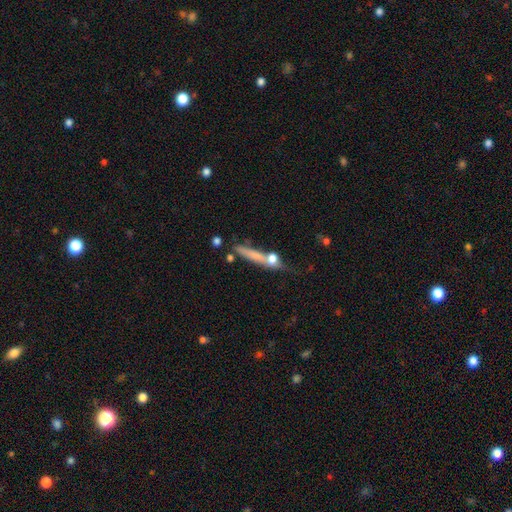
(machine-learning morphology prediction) Smooth or featured?
  - smooth: 51% *
  - featured or disk: 39%
  - star or artifact: 10%
How rounded?
  - cigar-shaped: 86% *
  - in between: 8%
  - round: 6%
Merging?
  - none: 57% *
  - minor disturbance: 17%
  - merger: 17%
  - major disturbance: 9%